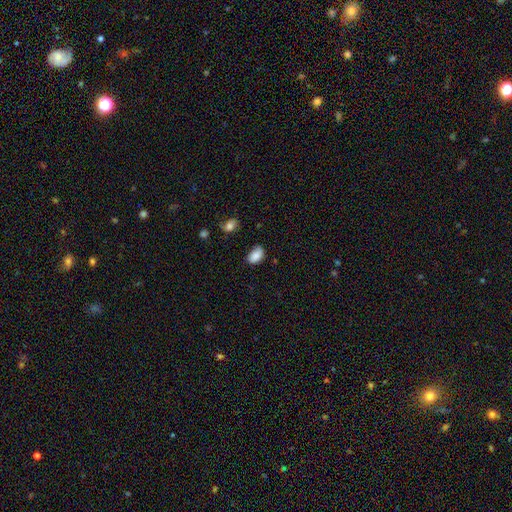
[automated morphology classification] A smooth galaxy with no disk features (85%) that is in between round and cigar-shaped (90%).

Vote fractions:
- Smooth or featured? smooth: 85% / star or artifact: 8% / featured or disk: 7%
- How rounded? in between: 90% / round: 9% / cigar-shaped: 1%
- Merging? none: 63% / minor disturbance: 29% / major disturbance: 6% / merger: 3%